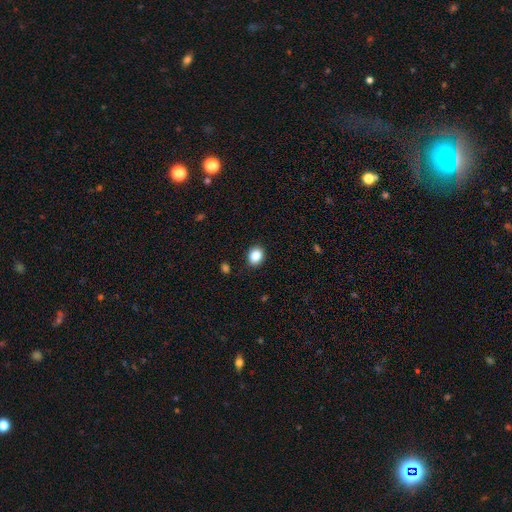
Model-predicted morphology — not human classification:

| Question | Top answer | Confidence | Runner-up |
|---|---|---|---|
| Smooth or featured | smooth | 87% | star or artifact (9%) |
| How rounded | round | 50% | in between (49%) |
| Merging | none | 88% | minor disturbance (9%) |